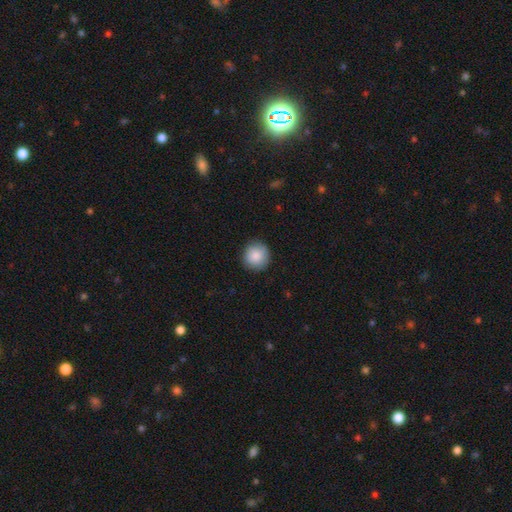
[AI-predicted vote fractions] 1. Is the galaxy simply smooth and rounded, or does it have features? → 87% smooth, 7% star or artifact, 6% featured or disk.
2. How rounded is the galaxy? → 92% round, 7% in between, 1% cigar-shaped.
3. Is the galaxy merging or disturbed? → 87% none, 10% minor disturbance, 2% major disturbance, 1% merger.